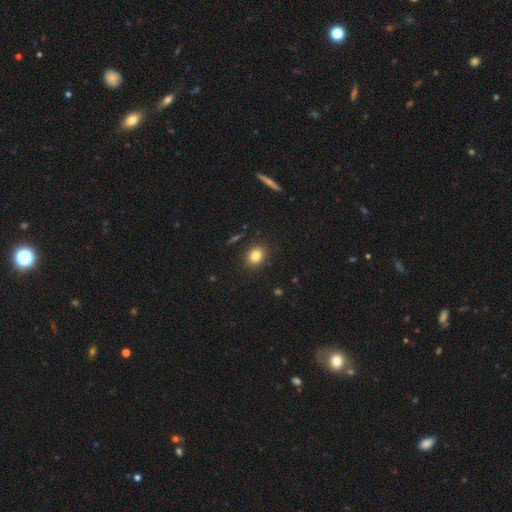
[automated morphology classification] Smooth or featured?
  - smooth: 82% *
  - star or artifact: 11%
  - featured or disk: 7%
How rounded?
  - round: 54% *
  - in between: 44%
  - cigar-shaped: 1%
Merging?
  - none: 89% *
  - minor disturbance: 7%
  - major disturbance: 2%
  - merger: 1%